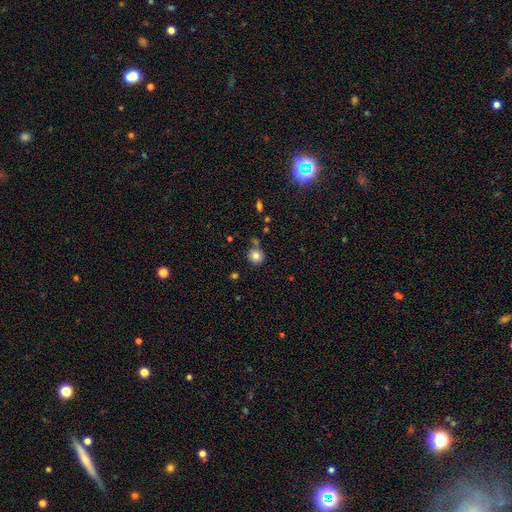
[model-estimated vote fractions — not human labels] The model was most divided on "merging": none: 76%, minor disturbance: 11%, merger: 10%, major disturbance: 3%. More confident: how rounded — round (91%); smooth or featured — smooth (81%).